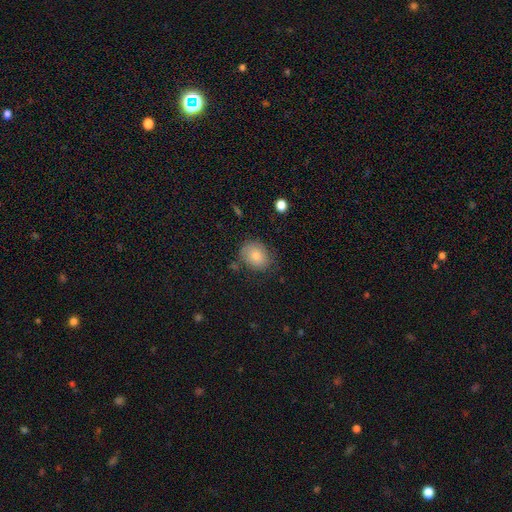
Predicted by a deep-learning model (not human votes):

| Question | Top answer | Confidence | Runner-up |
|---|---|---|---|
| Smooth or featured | smooth | 79% | featured or disk (12%) |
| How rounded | round | 56% | in between (43%) |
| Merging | none | 72% | minor disturbance (20%) |